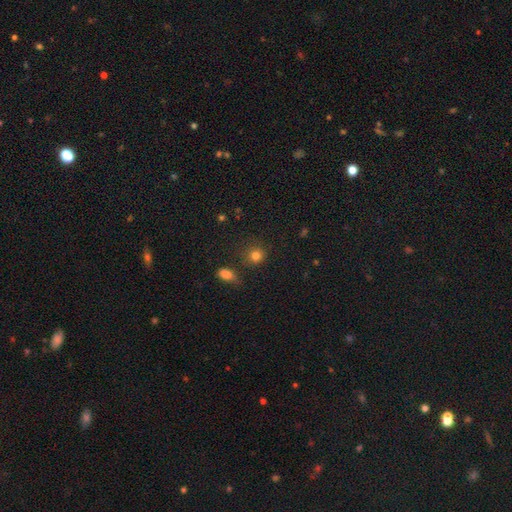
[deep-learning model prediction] Smooth or featured: smooth — 81% (star or artifact — 13%)
How rounded: round — 86% (in between — 13%)
Merging: none — 79% (minor disturbance — 12%)